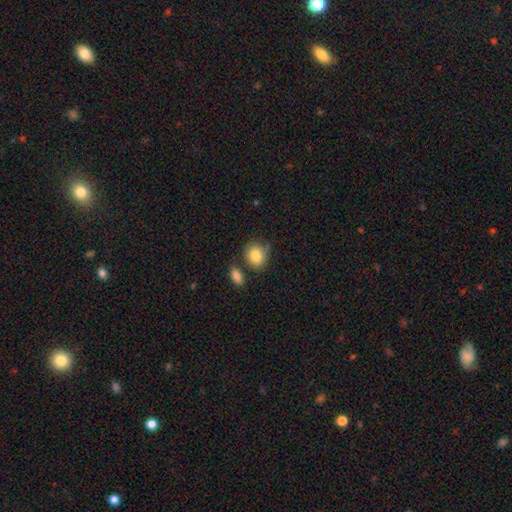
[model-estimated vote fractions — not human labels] Overall: smooth (84%). How rounded: round (69%; in between 30%). Merging: none (65%).